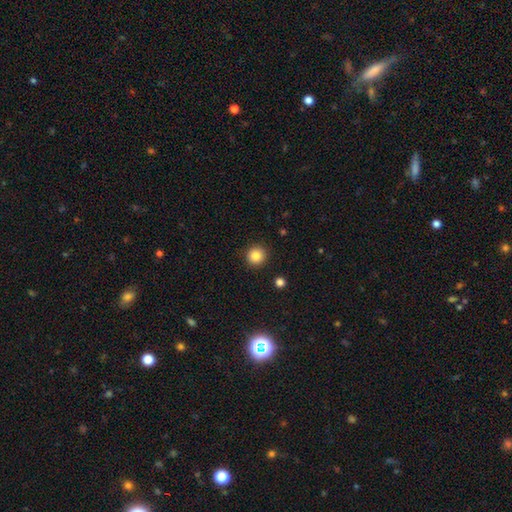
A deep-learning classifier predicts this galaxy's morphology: This appears to be a smooth galaxy with no disk features (85%) that is round (94%). Merging: none (92%).